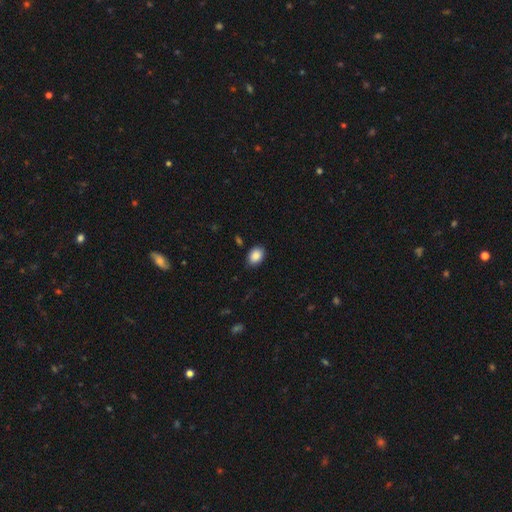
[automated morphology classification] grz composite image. It shows a smooth galaxy with no disk features (88%) that is in between round and cigar-shaped (78%). Merging: none (85%).